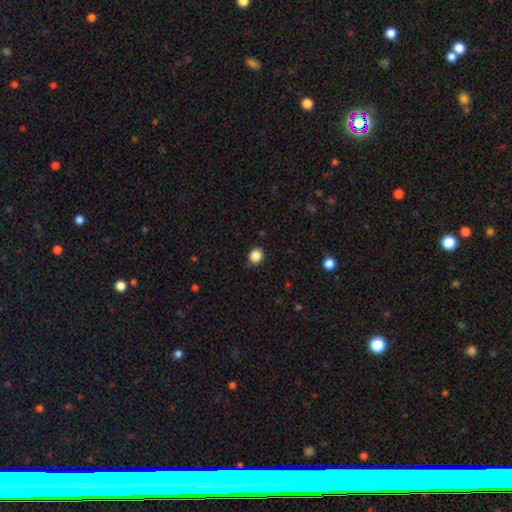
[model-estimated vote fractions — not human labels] The model was most divided on "how rounded": round: 74%, in between: 25%, cigar-shaped: 1%. More confident: smooth or featured — smooth (87%); merging — none (86%).